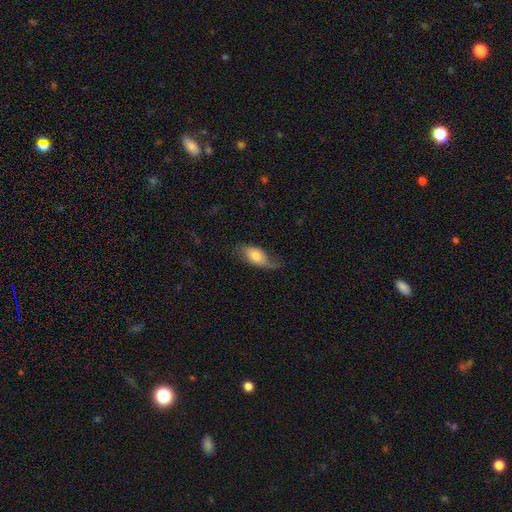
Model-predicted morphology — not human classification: Smooth or featured: smooth — 60% (featured or disk — 33%)
How rounded: in between — 87% (cigar-shaped — 9%)
Merging: none — 56% (minor disturbance — 29%)